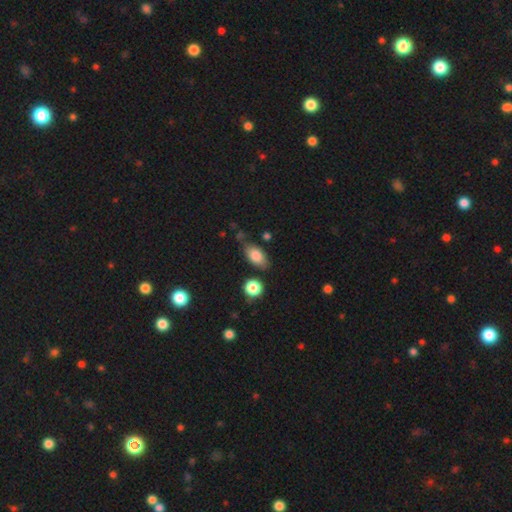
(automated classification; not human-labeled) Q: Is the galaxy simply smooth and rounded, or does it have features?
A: smooth — 80%.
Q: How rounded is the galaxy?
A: in between — 88%.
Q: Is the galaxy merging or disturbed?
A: none — 68%.